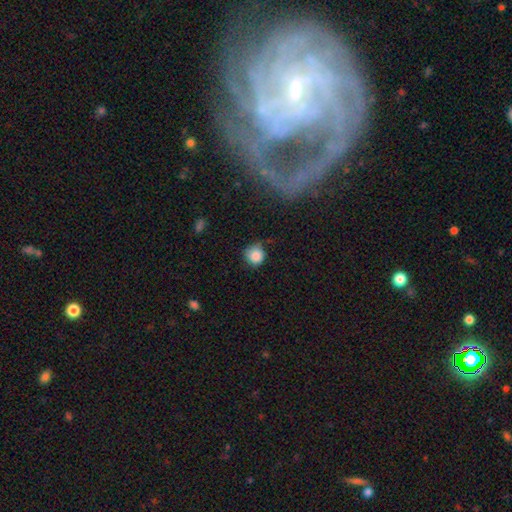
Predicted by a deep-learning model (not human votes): Smooth or featured: smooth — 85% (star or artifact — 9%)
How rounded: round — 89% (in between — 10%)
Merging: none — 56% (minor disturbance — 33%)